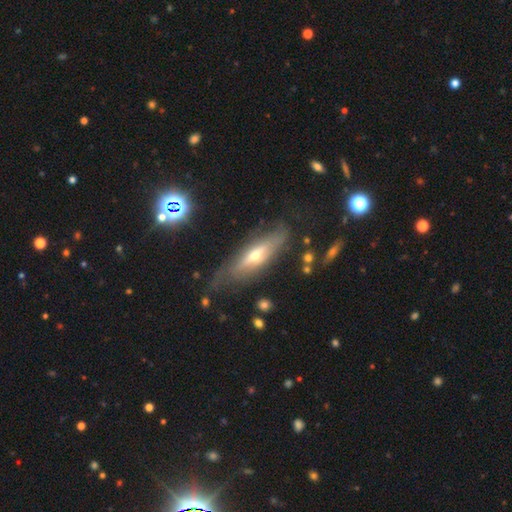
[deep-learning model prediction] Morphology: type=featured or disk (66%); edge-on=yes (70%); merging=none (65%).